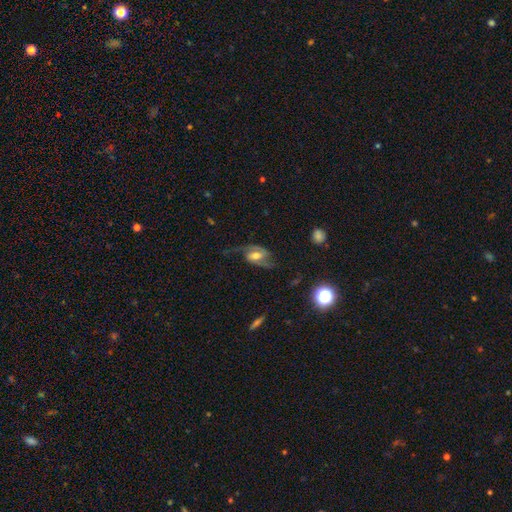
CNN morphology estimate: smooth-or-featured: featured or disk: 80% | smooth: 12% | star or artifact: 7%
  disk-edge-on: no: 96% | yes: 4%
    bar: weak: 48% | no: 29% | strong: 24%
    has-spiral-arms: yes: 95% | no: 5%
      spiral-winding: loose: 48% | medium: 40% | tight: 12%
      spiral-arm-count: 2: 90% | 1: 3% | can't tell: 3% | 3: 1% | 4: 1% | more than 4: 1%
    bulge-size: moderate: 63% | small: 18% | large: 14% | none: 3% | dominant: 2%
  merging: none: 65% | minor disturbance: 17% | major disturbance: 15% | merger: 2%